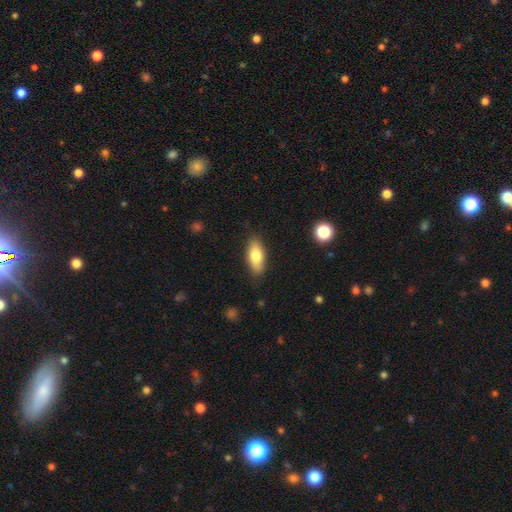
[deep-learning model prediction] Smooth or featured? smooth (78%)
How rounded? in between (81%)
Merging? none (85%)